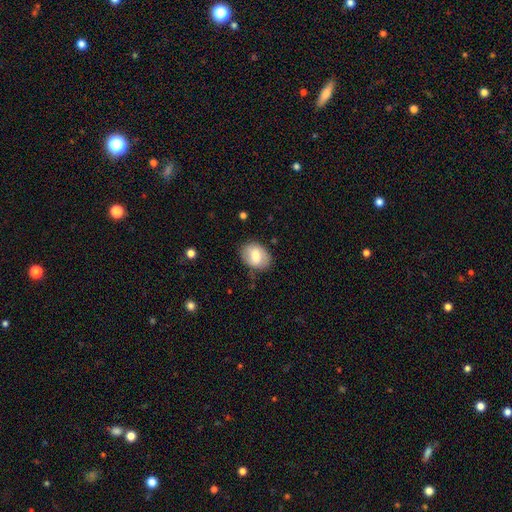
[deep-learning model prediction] Smooth or featured: smooth — 71% (featured or disk — 22%)
How rounded: in between — 70% (round — 29%)
Merging: none — 76% (minor disturbance — 18%)